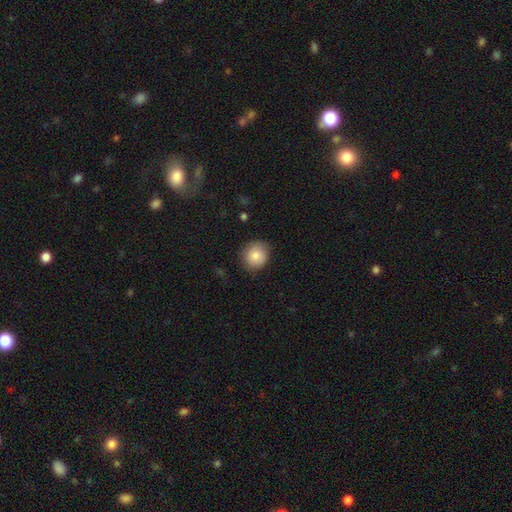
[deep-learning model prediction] smooth 82%, featured or disk 10%, star or artifact 8%. Down the decision tree: how rounded — round (86%); merging — none (83%).